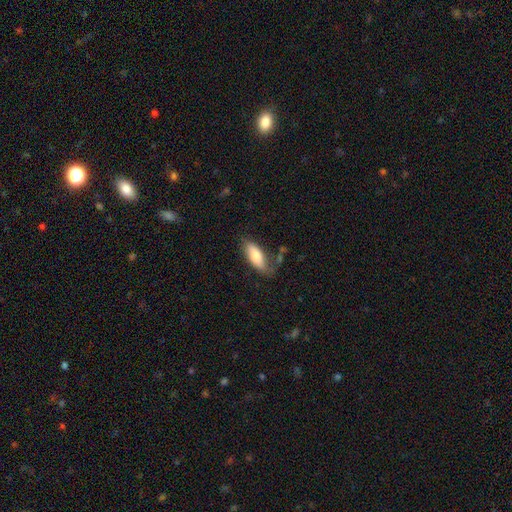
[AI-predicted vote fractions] Smooth or featured? Predicted: smooth (p=0.75). How rounded? Predicted: in between (p=0.78). Merging? Predicted: none (p=0.64).